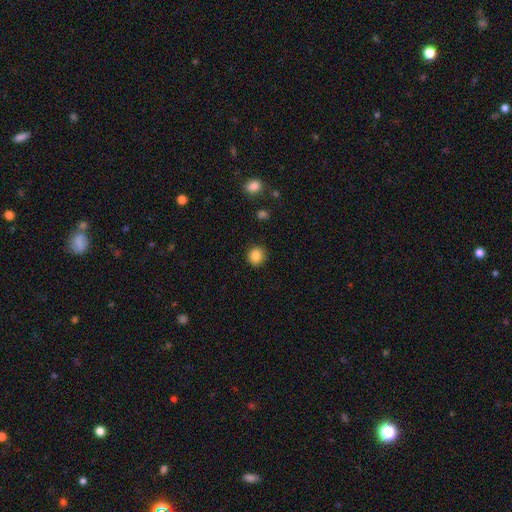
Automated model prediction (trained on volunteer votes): A smooth galaxy with no disk features (86%) that is round (90%). Merging: none (89%).